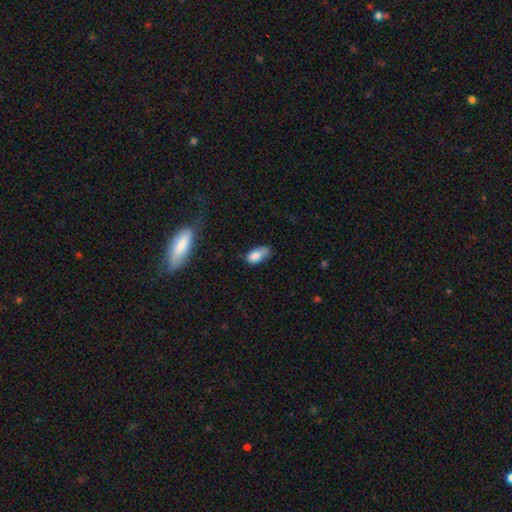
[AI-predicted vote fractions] Smooth or featured?
  - smooth: 82% *
  - featured or disk: 10%
  - star or artifact: 8%
How rounded?
  - in between: 90% *
  - cigar-shaped: 6%
  - round: 5%
Merging?
  - none: 42% *
  - minor disturbance: 41%
  - major disturbance: 13%
  - merger: 5%